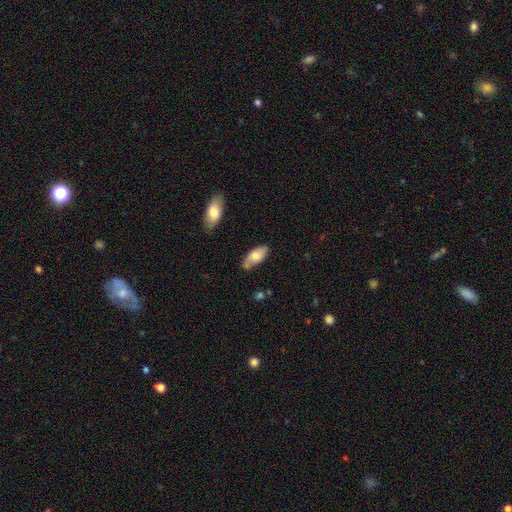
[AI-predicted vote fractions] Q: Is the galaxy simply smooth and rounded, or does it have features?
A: smooth — 69%.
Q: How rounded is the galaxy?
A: in between — 90%.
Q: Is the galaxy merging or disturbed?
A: none — 64%.